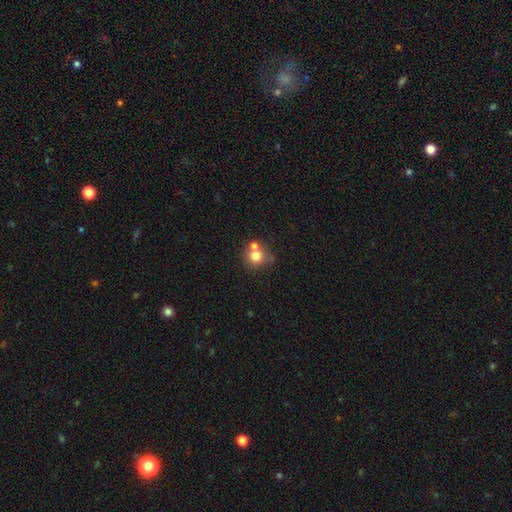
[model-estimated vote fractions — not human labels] Overall: smooth (76%). How rounded: round (88%). Merging: none (54%; merger 34%).